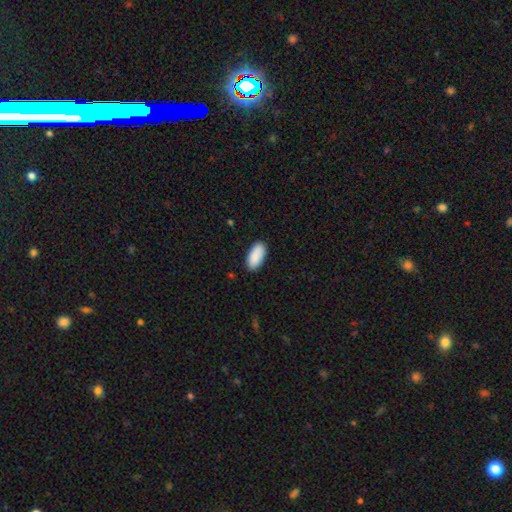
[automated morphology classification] Smooth or featured: smooth — 91% (star or artifact — 6%)
How rounded: in between — 93% (cigar-shaped — 5%)
Merging: none — 88% (minor disturbance — 9%)